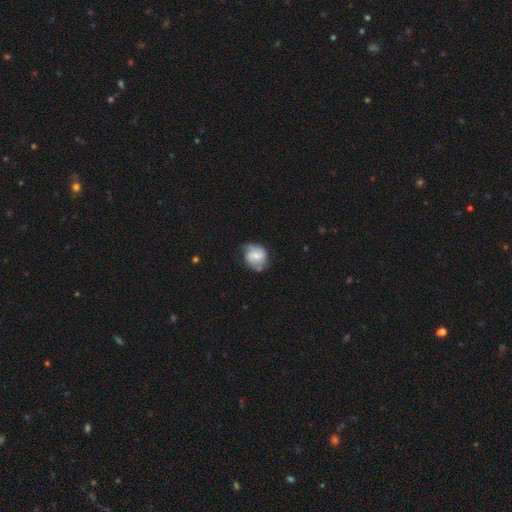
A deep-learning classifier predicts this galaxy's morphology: Smooth or featured?
  - featured or disk: 50% *
  - smooth: 43%
  - star or artifact: 7%
Edge-on disk?
  - no: 97% *
  - yes: 3%
Merging?
  - none: 54% *
  - minor disturbance: 31%
  - major disturbance: 11%
  - merger: 5%